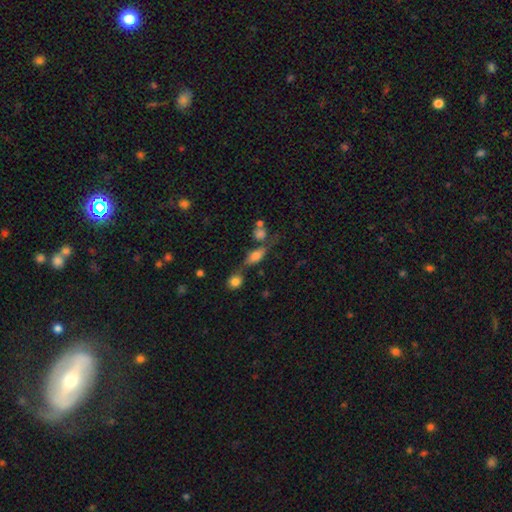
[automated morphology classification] The model was most divided on "merging": none: 48%, merger: 25%, minor disturbance: 17%, major disturbance: 11%. More confident: how rounded — in between (65%); smooth or featured — smooth (64%).